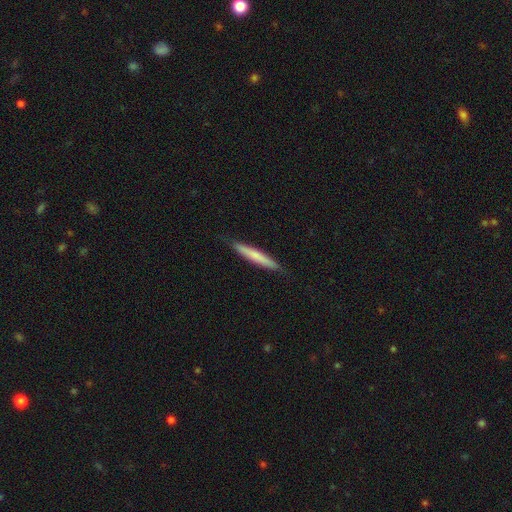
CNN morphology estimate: A smooth galaxy with no disk features (66%) that is cigar-shaped (95%). Merging: none (87%).